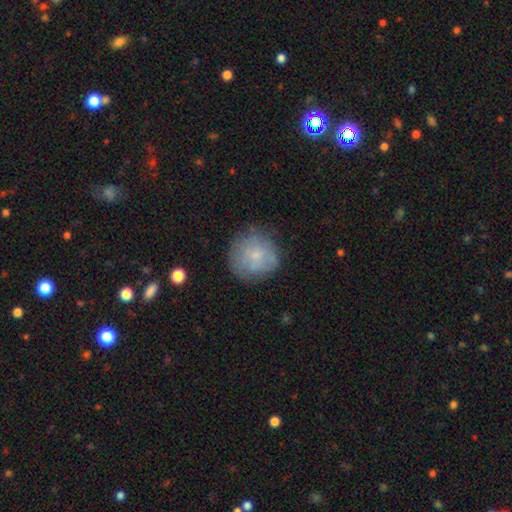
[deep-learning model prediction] smooth-or-featured: smooth: 67% | featured or disk: 24% | star or artifact: 9%
  how-rounded: round: 92% | in between: 7% | cigar-shaped: 1%
  merging: none: 72% | minor disturbance: 19% | major disturbance: 7% | merger: 2%